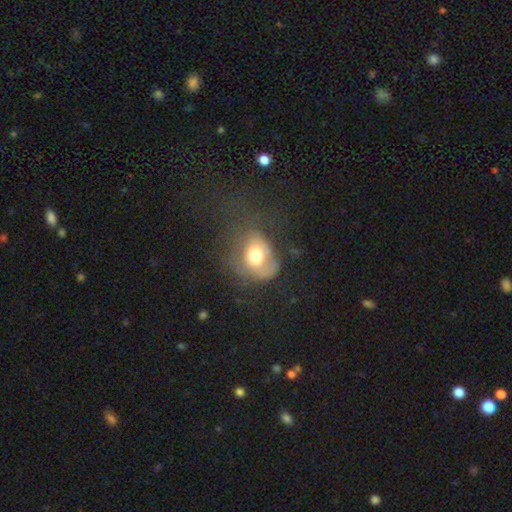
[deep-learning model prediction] A smooth galaxy with no disk features (62%) that is round (54%). Merging: major disturbance (37%).